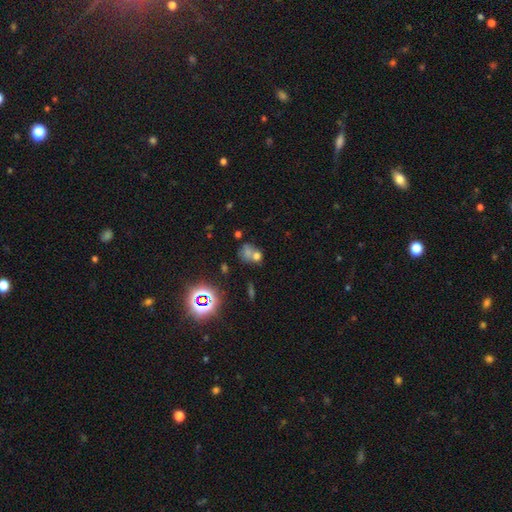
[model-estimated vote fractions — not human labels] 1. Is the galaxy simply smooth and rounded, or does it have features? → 55% smooth, 27% star or artifact, 18% featured or disk.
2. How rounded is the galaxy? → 56% round, 42% in between, 2% cigar-shaped.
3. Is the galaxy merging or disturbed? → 50% merger, 33% none, 10% minor disturbance, 7% major disturbance.